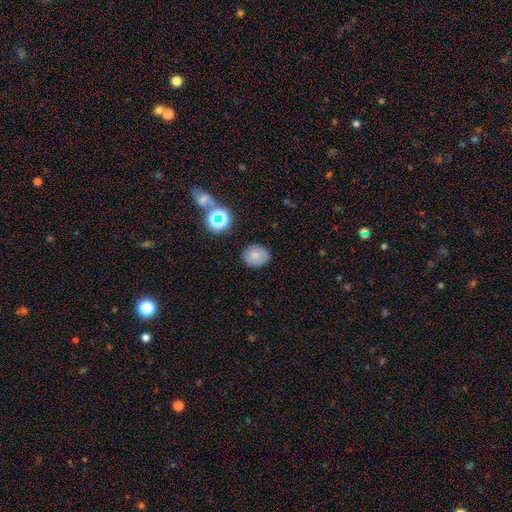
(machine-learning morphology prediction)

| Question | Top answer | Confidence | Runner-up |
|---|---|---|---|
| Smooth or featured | smooth | 73% | featured or disk (14%) |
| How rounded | round | 57% | in between (42%) |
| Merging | none | 83% | minor disturbance (12%) |